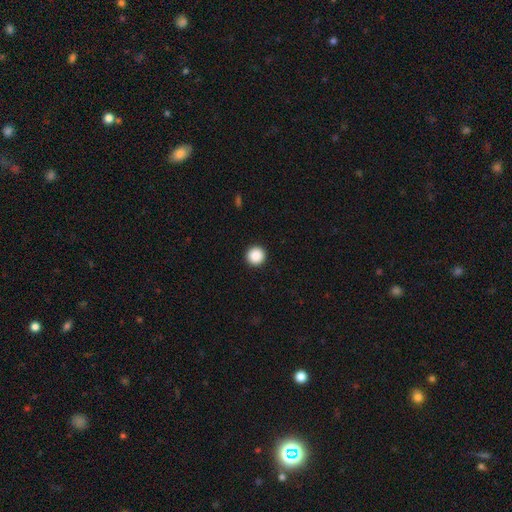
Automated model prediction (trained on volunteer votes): smooth_or_featured: smooth (p=0.89) [alt: star or artifact p=0.09]
how_rounded: round (p=0.96) [alt: in between p=0.03]
merging: none (p=0.94) [alt: minor disturbance p=0.04]